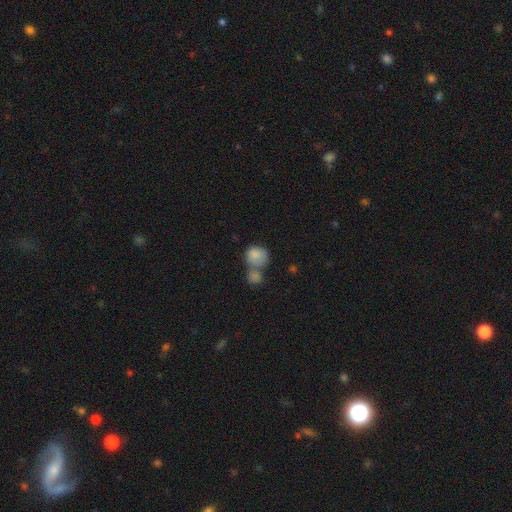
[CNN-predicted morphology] smooth-or-featured: smooth: 84% | featured or disk: 8% | star or artifact: 8%
  how-rounded: round: 71% | in between: 28% | cigar-shaped: 1%
  merging: merger: 59% | none: 27% | minor disturbance: 9% | major disturbance: 5%